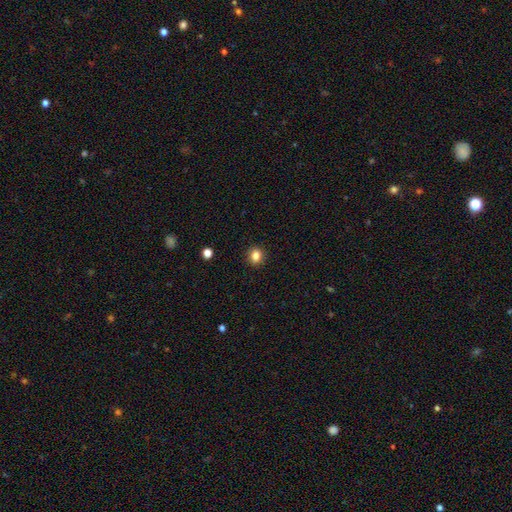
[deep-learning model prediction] Smooth or featured? Predicted: smooth (p=0.84). How rounded? Predicted: round (p=0.68). Merging? Predicted: none (p=0.91).